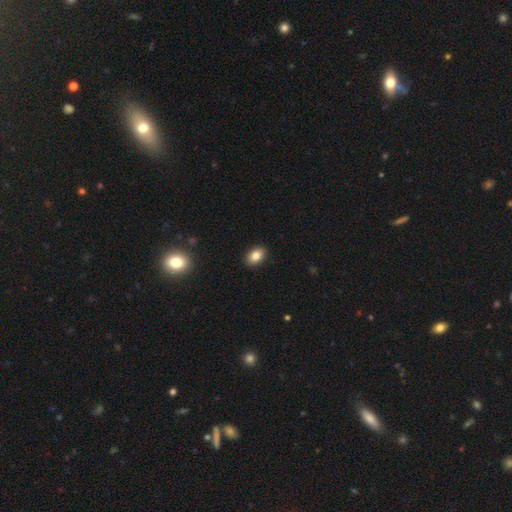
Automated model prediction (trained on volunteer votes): Smooth or featured? Predicted: smooth (p=0.86). How rounded? Predicted: in between (p=0.84). Merging? Predicted: none (p=0.90).